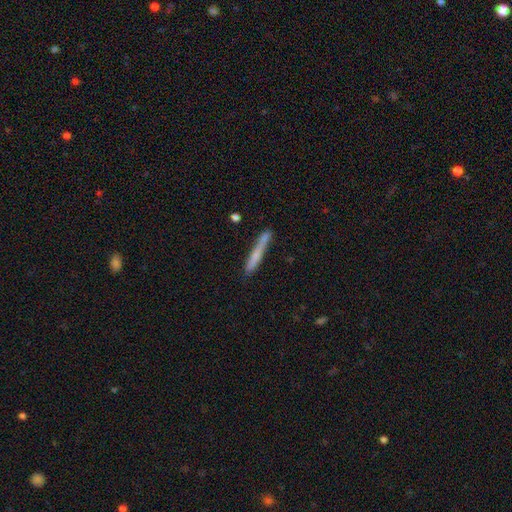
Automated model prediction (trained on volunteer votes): Smooth or featured?
  - smooth: 67% *
  - featured or disk: 27%
  - star or artifact: 6%
How rounded?
  - cigar-shaped: 95% *
  - in between: 3%
  - round: 1%
Merging?
  - none: 70% *
  - minor disturbance: 19%
  - merger: 7%
  - major disturbance: 5%